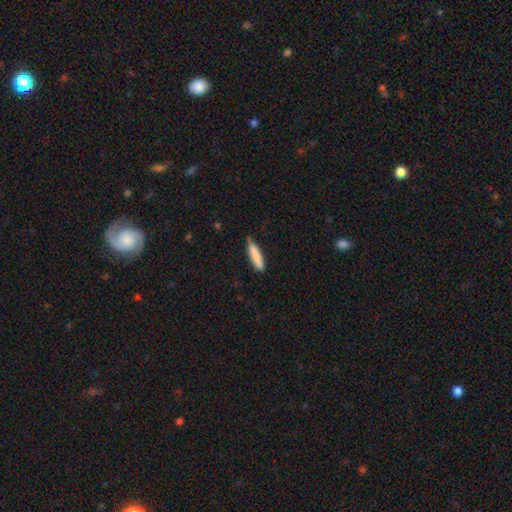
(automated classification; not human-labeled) smooth_or_featured: smooth (p=0.83) [alt: featured or disk p=0.12]
how_rounded: cigar-shaped (p=0.81) [alt: in between p=0.17]
merging: none (p=0.72) [alt: minor disturbance p=0.23]